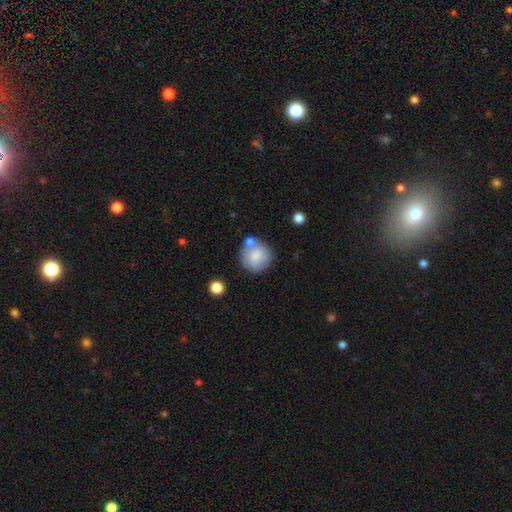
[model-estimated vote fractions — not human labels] Smooth or featured? Predicted: smooth (p=0.78). How rounded? Predicted: round (p=0.92). Merging? Predicted: none (p=0.67).